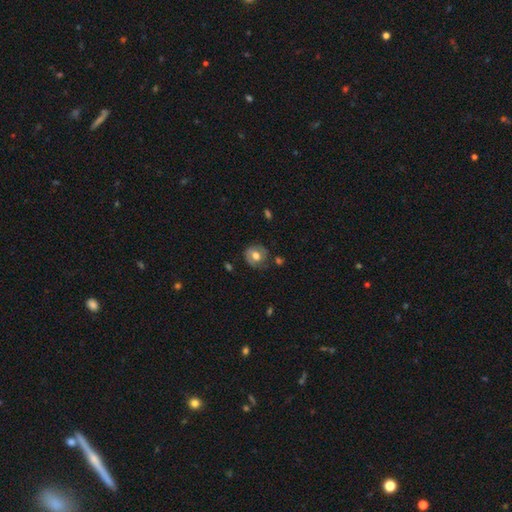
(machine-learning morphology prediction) Smooth or featured?
  - smooth: 58% *
  - featured or disk: 33%
  - star or artifact: 8%
How rounded?
  - round: 78% *
  - in between: 21%
  - cigar-shaped: 1%
Merging?
  - none: 73% *
  - minor disturbance: 19%
  - major disturbance: 6%
  - merger: 3%